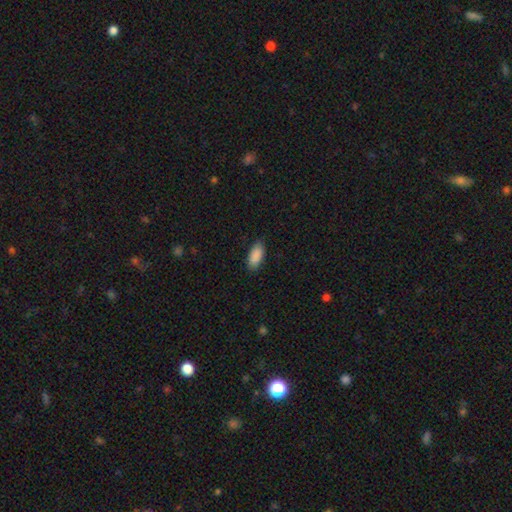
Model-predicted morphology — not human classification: This appears to be a smooth galaxy with no disk features (90%) that is in between round and cigar-shaped (89%). Merging: none (83%).